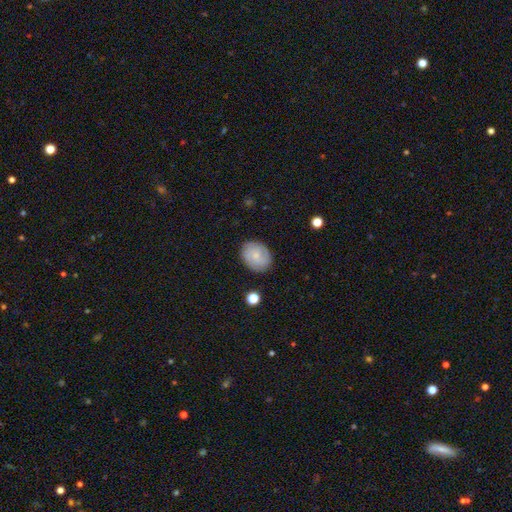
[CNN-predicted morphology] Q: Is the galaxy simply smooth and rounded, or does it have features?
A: smooth — 64%.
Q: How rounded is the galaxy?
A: round — 51%.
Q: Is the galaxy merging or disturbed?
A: none — 84%.